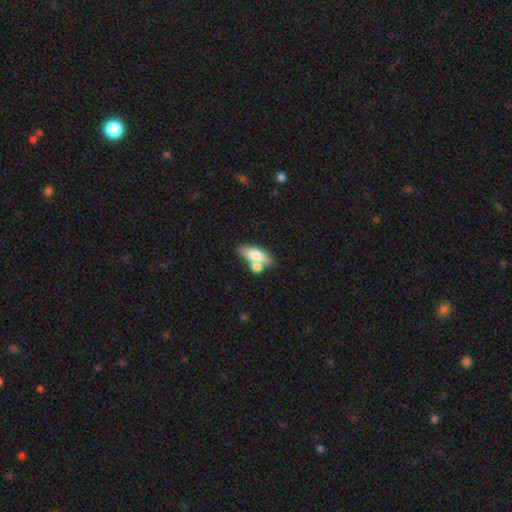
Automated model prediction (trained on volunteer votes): The model was most divided on "merging": none: 51%, merger: 33%, minor disturbance: 12%, major disturbance: 5%. More confident: how rounded — in between (69%); smooth or featured — smooth (67%).